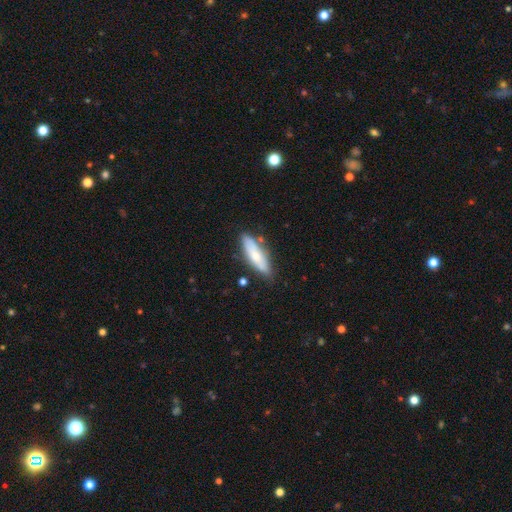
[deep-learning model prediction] The model was most divided on "how rounded": cigar-shaped: 56%, in between: 43%, round: 2%. More confident: merging — none (74%); smooth or featured — smooth (67%).